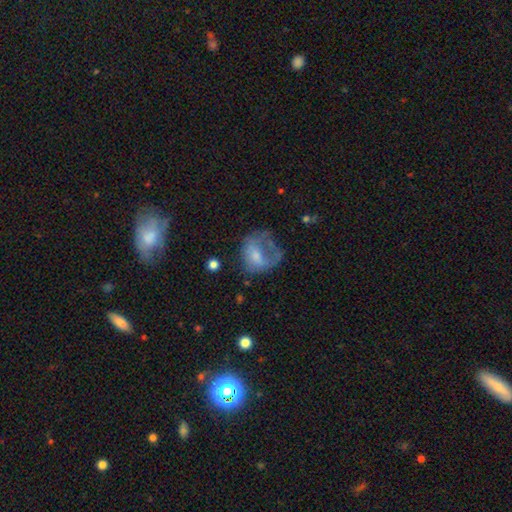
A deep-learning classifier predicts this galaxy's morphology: Smooth or featured?
  - smooth: 48% *
  - featured or disk: 40%
  - star or artifact: 12%
Merging?
  - major disturbance: 39% *
  - none: 34%
  - minor disturbance: 23%
  - merger: 3%